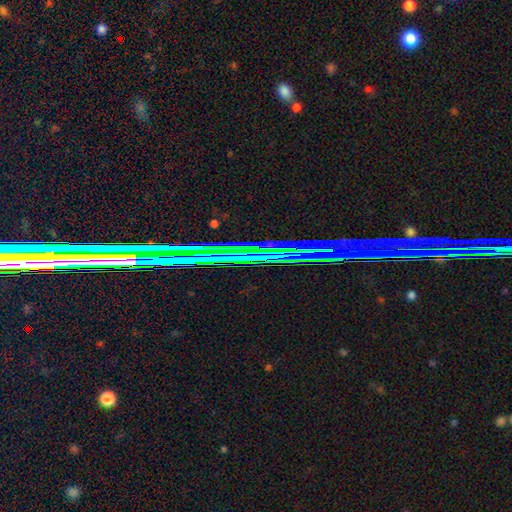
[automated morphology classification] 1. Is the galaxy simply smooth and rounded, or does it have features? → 77% star or artifact, 14% featured or disk, 8% smooth.